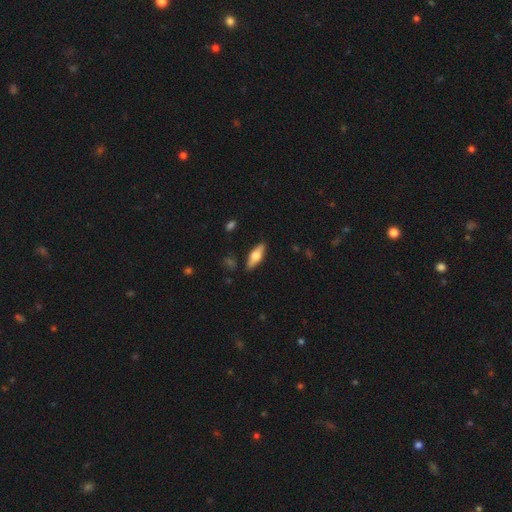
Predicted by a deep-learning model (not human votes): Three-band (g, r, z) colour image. It shows a smooth galaxy with no disk features (54%) that is in between round and cigar-shaped (58%). Merging: none (87%).